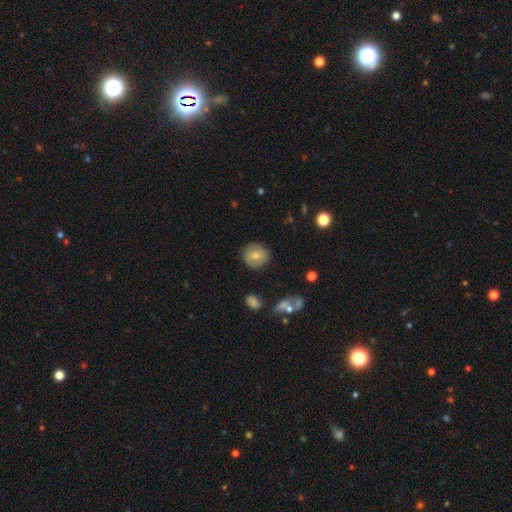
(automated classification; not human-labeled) This appears to be a smooth galaxy with no disk features (70%) that is round (83%). Merging: none (85%).